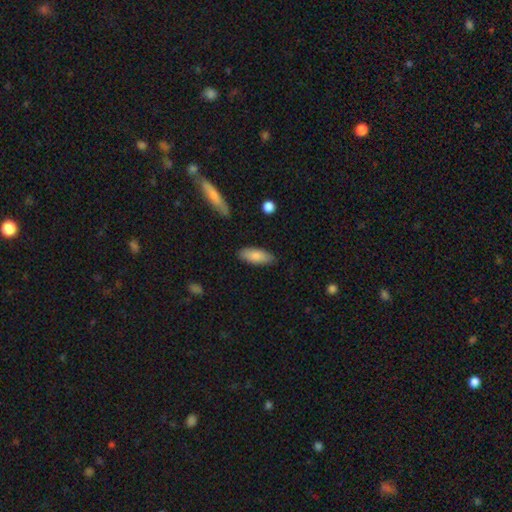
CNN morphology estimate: Q: Smooth or featured?
A: smooth (82%); runner-up: featured or disk (12%)
Q: How rounded?
A: in between (75%); runner-up: cigar-shaped (23%)
Q: Merging?
A: none (85%); runner-up: minor disturbance (11%)